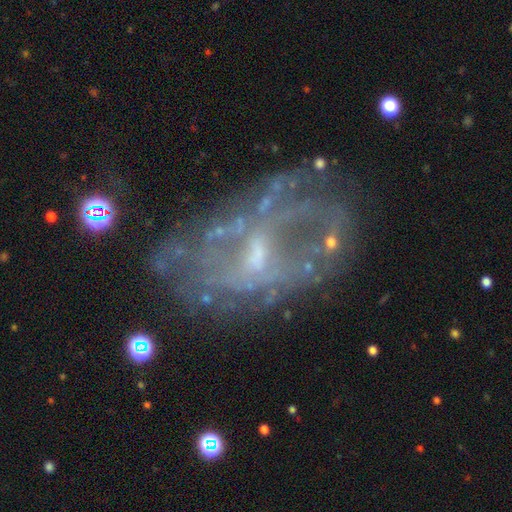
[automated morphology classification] Overall: featured or disk (75%). Edge-on disk: no (96%). Bar: no (50%; weak 41%). Spiral arms: no (51%; yes 49%). Bulge size: small (54%; moderate 26%). Merging: none (55%; minor disturbance 21%).